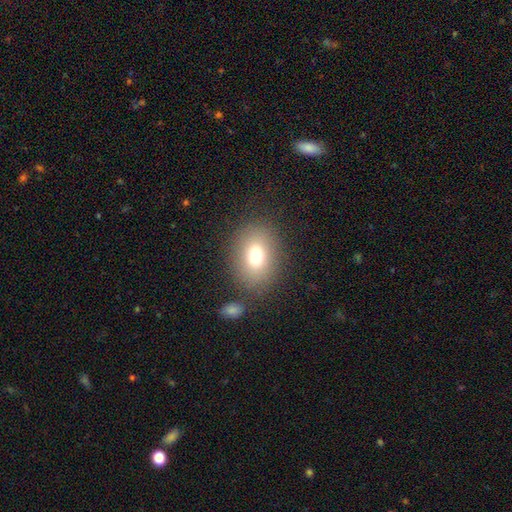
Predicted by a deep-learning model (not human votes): The model was most divided on "how rounded": in between: 64%, round: 35%, cigar-shaped: 1%. More confident: merging — none (80%); smooth or featured — smooth (74%).